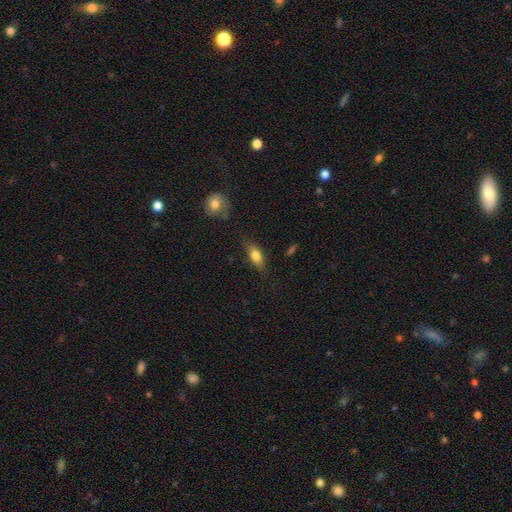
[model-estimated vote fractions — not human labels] smooth_or_featured: smooth (p=0.76) [alt: featured or disk p=0.16]
how_rounded: in between (p=0.77) [alt: cigar-shaped p=0.18]
merging: none (p=0.74) [alt: minor disturbance p=0.18]